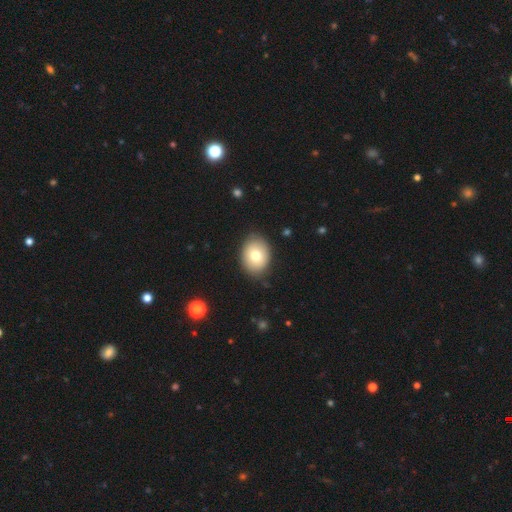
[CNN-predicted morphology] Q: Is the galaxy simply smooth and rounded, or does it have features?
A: smooth — 75%.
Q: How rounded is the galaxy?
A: in between — 60%.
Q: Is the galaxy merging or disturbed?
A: none — 84%.